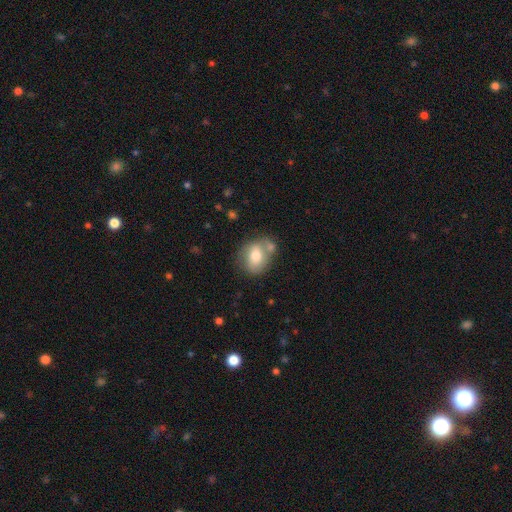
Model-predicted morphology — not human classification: Smooth or featured? smooth (70%)
How rounded? in between (50%)
Merging? none (53%)